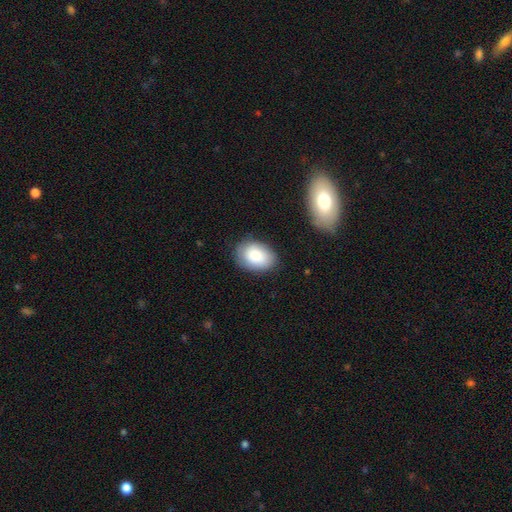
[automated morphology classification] Overall: smooth (84%). How rounded: in between (79%). Merging: none (81%).